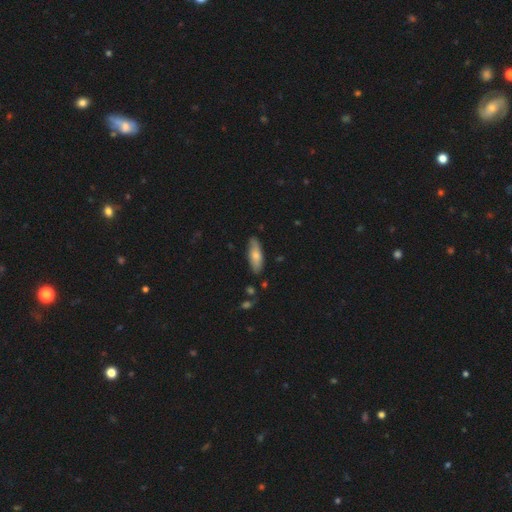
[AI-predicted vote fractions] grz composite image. It shows a smooth galaxy with no disk features (68%) that is in between round and cigar-shaped (58%). Merging: none (83%).